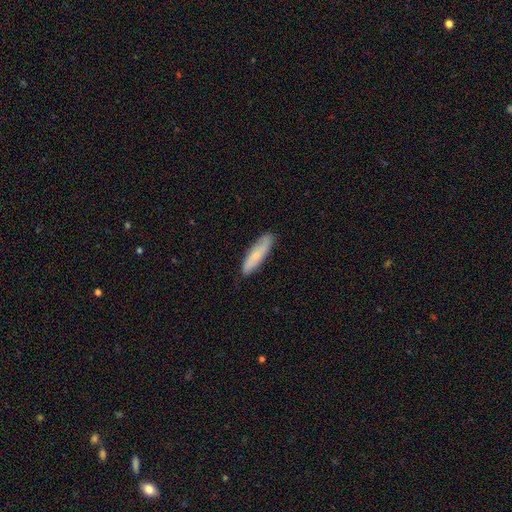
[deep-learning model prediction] The model was most divided on "smooth or featured": smooth: 64%, featured or disk: 29%, star or artifact: 6%. More confident: merging — none (85%); how rounded — cigar-shaped (73%).